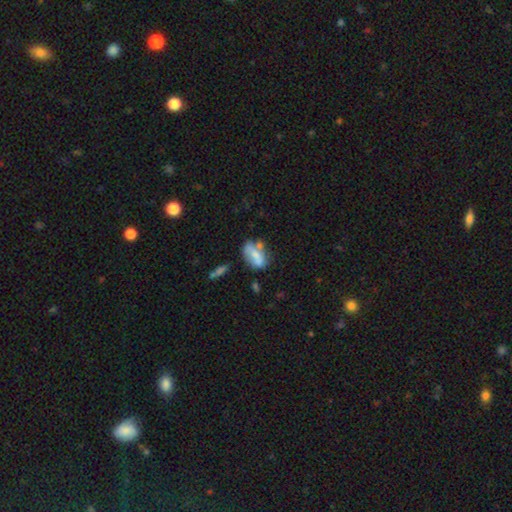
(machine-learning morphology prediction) Overall: smooth (57%; featured or disk 35%). How rounded: in between (84%). Merging: none (41%; minor disturbance 24%).